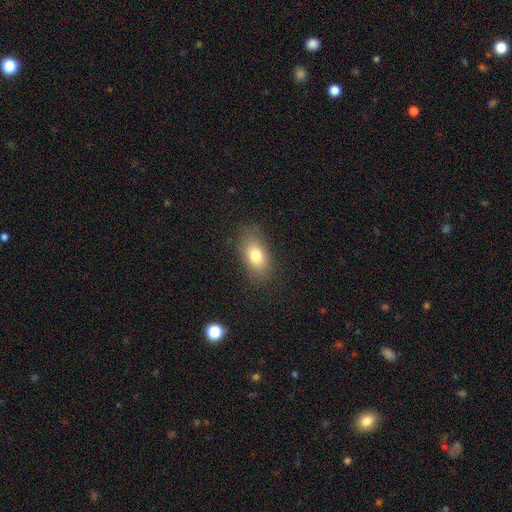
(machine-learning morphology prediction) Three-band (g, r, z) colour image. It shows a smooth galaxy with no disk features (78%) that is in between round and cigar-shaped (86%). Merging: none (82%).